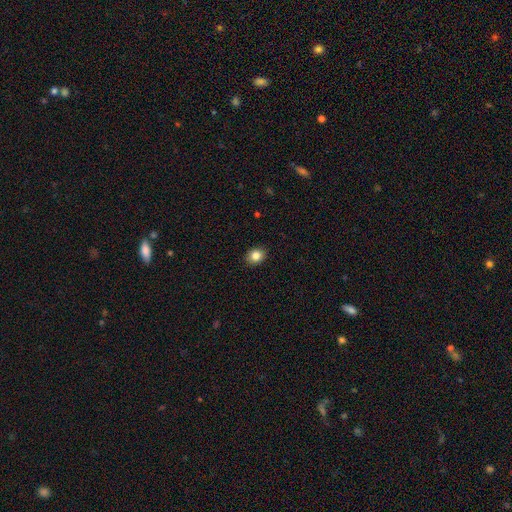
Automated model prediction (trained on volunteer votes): Smooth or featured?
  - smooth: 84% *
  - star or artifact: 9%
  - featured or disk: 6%
How rounded?
  - round: 51% *
  - in between: 48%
  - cigar-shaped: 1%
Merging?
  - none: 90% *
  - minor disturbance: 7%
  - major disturbance: 2%
  - merger: 1%